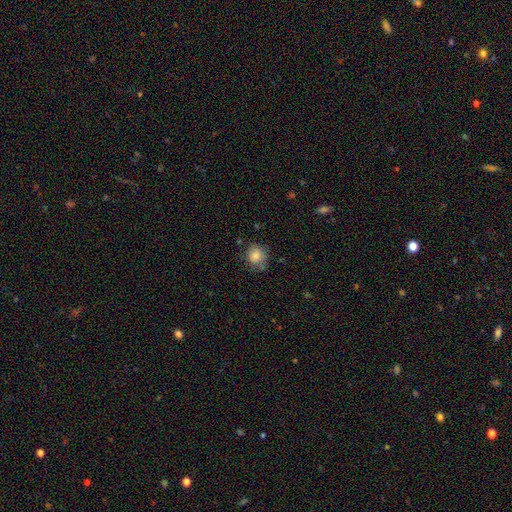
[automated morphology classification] smooth_or_featured: smooth (p=0.79) [alt: featured or disk p=0.11]
how_rounded: round (p=0.79) [alt: in between p=0.20]
merging: none (p=0.69) [alt: minor disturbance p=0.22]